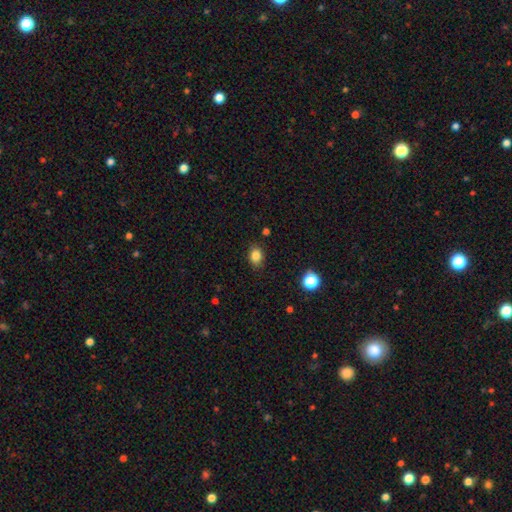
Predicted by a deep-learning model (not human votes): A smooth galaxy with no disk features (83%) that is in between round and cigar-shaped (63%). Merging: none (85%).